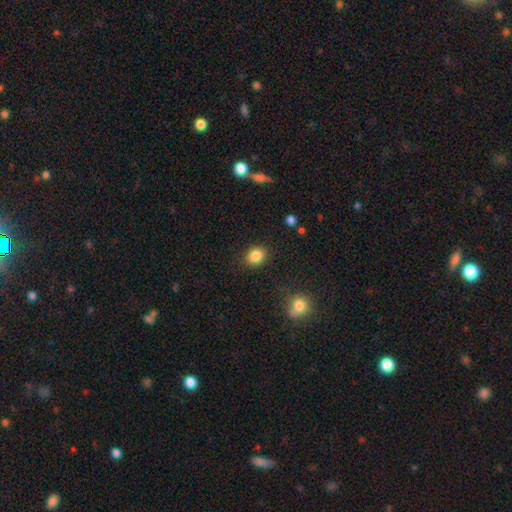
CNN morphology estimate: The model was most divided on "how rounded": round: 57%, in between: 42%, cigar-shaped: 1%. More confident: merging — none (86%); smooth or featured — smooth (86%).